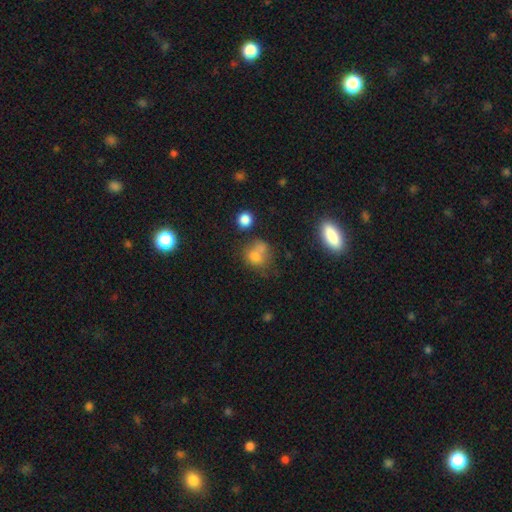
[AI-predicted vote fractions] Smooth or featured?
  - smooth: 70% *
  - star or artifact: 16%
  - featured or disk: 14%
How rounded?
  - round: 63% *
  - in between: 35%
  - cigar-shaped: 2%
Merging?
  - none: 40% *
  - merger: 32%
  - minor disturbance: 17%
  - major disturbance: 11%